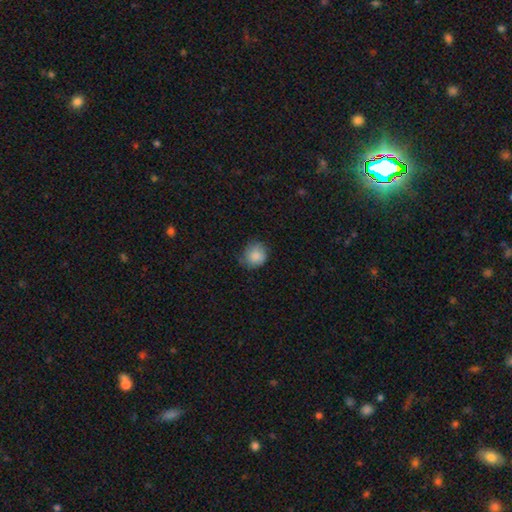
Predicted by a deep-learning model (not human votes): Smooth or featured? Predicted: smooth (p=0.86). How rounded? Predicted: round (p=0.82). Merging? Predicted: none (p=0.68).